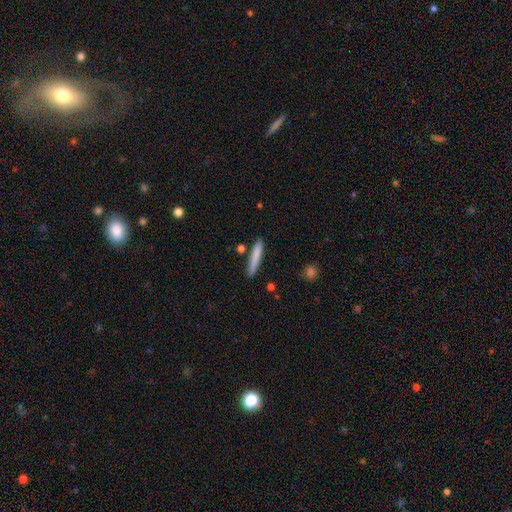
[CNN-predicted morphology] Smooth or featured: smooth — 78% (featured or disk — 16%)
How rounded: cigar-shaped — 94% (in between — 5%)
Merging: none — 83% (minor disturbance — 11%)